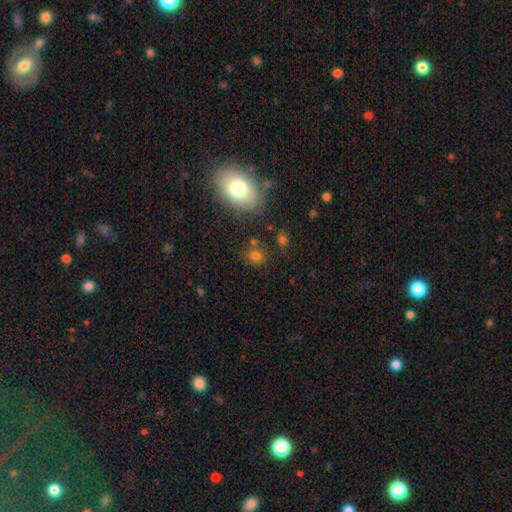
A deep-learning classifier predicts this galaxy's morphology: A smooth galaxy with no disk features (74%) that is round (77%). Merging: none (77%).